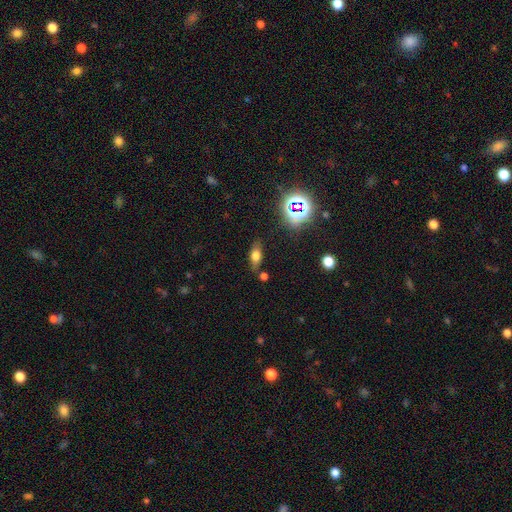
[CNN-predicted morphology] A smooth galaxy with no disk features (62%) that is in between round and cigar-shaped (73%).

Vote fractions:
- Smooth or featured? smooth: 62% / featured or disk: 20% / star or artifact: 18%
- How rounded? in between: 73% / cigar-shaped: 17% / round: 10%
- Merging? none: 74% / minor disturbance: 15% / merger: 6% / major disturbance: 4%